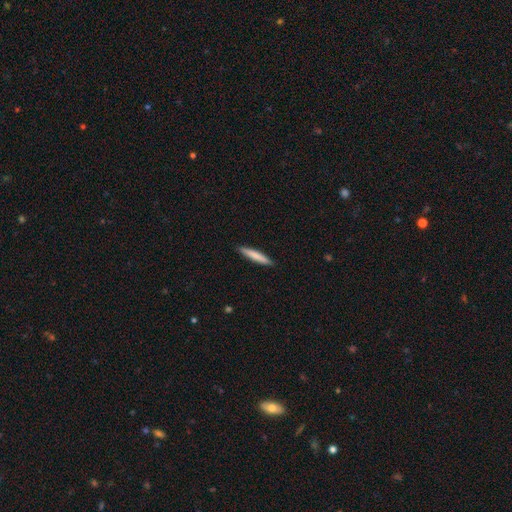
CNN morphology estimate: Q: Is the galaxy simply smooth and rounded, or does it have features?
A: smooth — 76%.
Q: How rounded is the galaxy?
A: cigar-shaped — 94%.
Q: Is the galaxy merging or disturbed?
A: none — 91%.